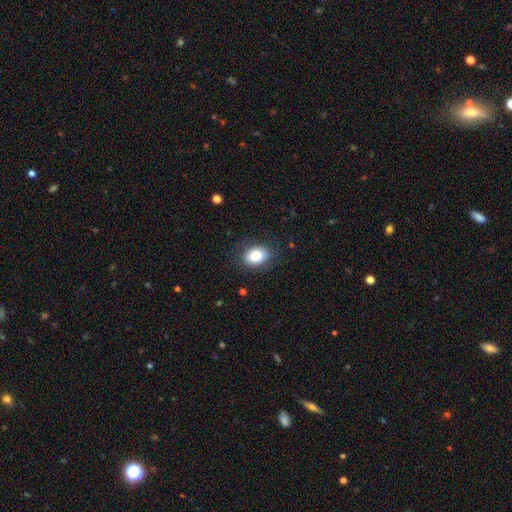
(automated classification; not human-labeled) A smooth galaxy with no disk features (83%) that is in between round and cigar-shaped (68%). Merging: none (84%).